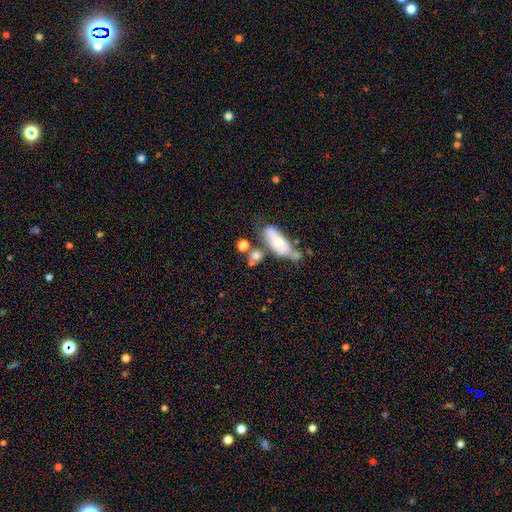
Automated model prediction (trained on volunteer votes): Overall: smooth (58%; featured or disk 32%). How rounded: in between (53%; round 31%). Merging: merger (37%; none 36%).